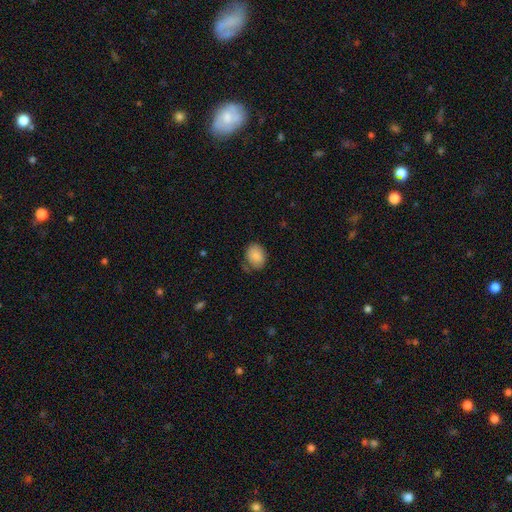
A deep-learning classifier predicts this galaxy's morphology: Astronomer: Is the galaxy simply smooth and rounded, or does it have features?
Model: smooth — 86%.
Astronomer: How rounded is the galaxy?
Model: in between — 52% (runner-up: round, 47%).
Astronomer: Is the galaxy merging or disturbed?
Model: none — 70%.